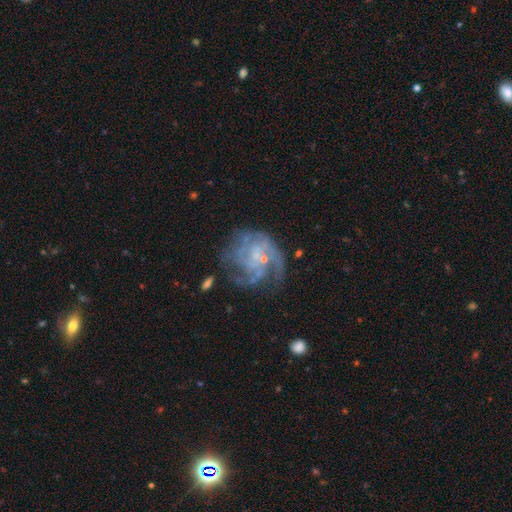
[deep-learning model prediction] Morphology: type=featured or disk (76%); edge-on=no (98%); bar=no (67%); spiral arms=yes (78%); winding=tight (40%); arm count=can't tell (39%); bulge=small (63%); merging=none (46%).